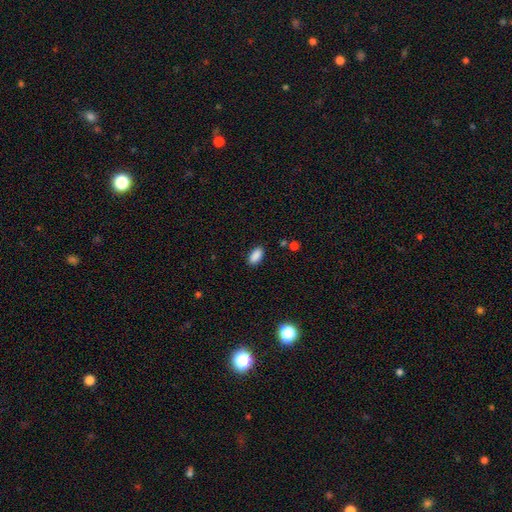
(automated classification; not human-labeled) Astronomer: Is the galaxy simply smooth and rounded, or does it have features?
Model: smooth — 89%.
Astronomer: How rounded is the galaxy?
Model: in between — 92%.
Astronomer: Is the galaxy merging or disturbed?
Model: none — 87%.